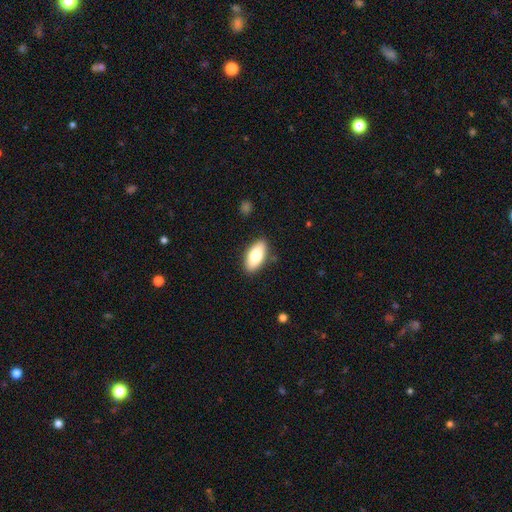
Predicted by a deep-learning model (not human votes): Morphology: type=smooth (76%); roundness=in between (89%); merging=none (86%).